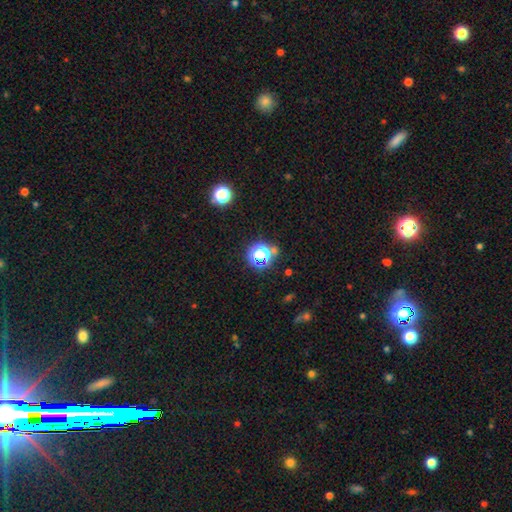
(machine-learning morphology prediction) star or artifact 71%, smooth 22%, featured or disk 7%.